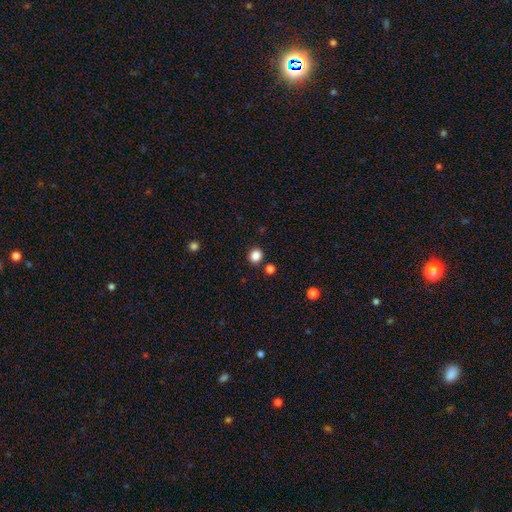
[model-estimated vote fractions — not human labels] Q: Smooth or featured?
A: smooth (85%); runner-up: star or artifact (12%)
Q: How rounded?
A: round (85%); runner-up: in between (14%)
Q: Merging?
A: none (88%); runner-up: minor disturbance (6%)